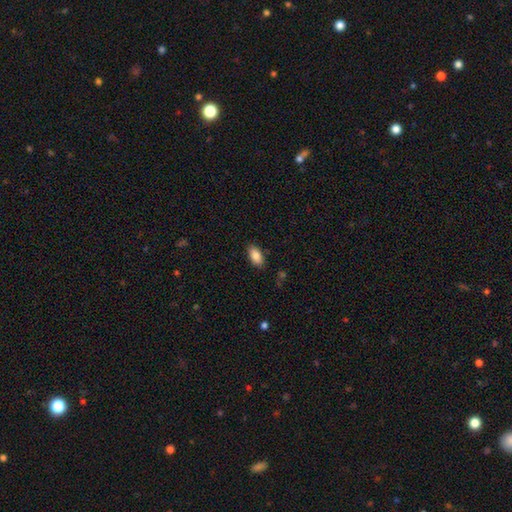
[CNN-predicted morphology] A smooth galaxy with no disk features (85%) that is in between round and cigar-shaped (92%). Merging: none (86%).